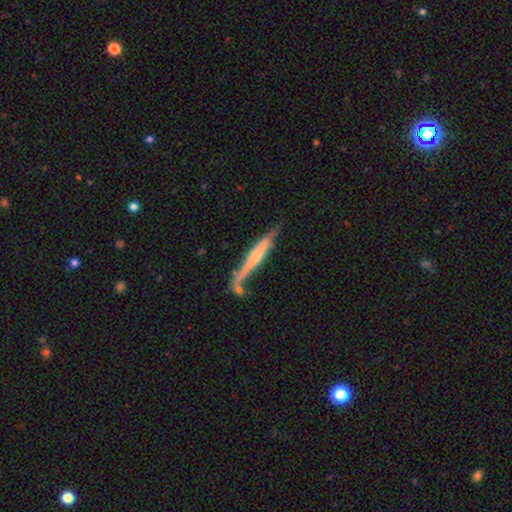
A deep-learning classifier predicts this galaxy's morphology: Q: Smooth or featured?
A: featured or disk (57%); runner-up: smooth (37%)
Q: Edge-on disk?
A: yes (93%); runner-up: no (7%)
Q: Edge-on bulge?
A: none (41%); runner-up: rounded (37%)
Q: Merging?
A: none (52%); runner-up: minor disturbance (22%)